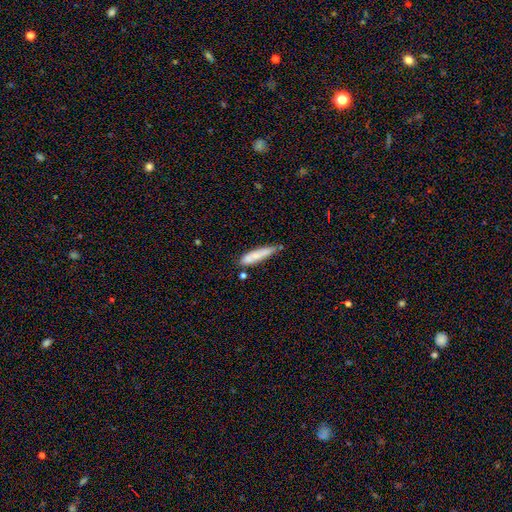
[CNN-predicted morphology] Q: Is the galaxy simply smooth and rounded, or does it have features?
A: smooth — 74%.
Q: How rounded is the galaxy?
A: cigar-shaped — 85%.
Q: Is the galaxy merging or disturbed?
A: none — 61%.